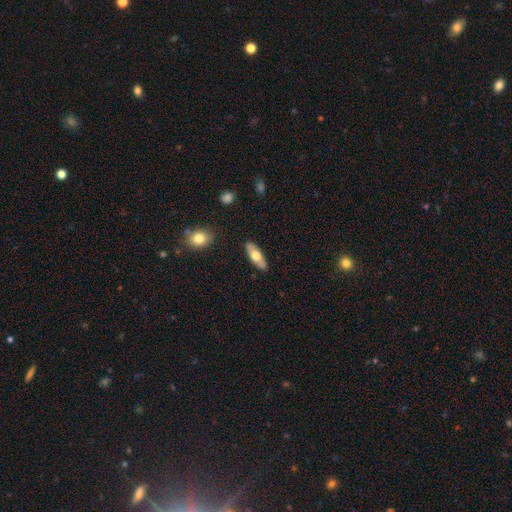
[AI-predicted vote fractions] smooth 60%, featured or disk 34%, star or artifact 6%. Down the decision tree: how rounded — in between (67%); merging — none (86%).